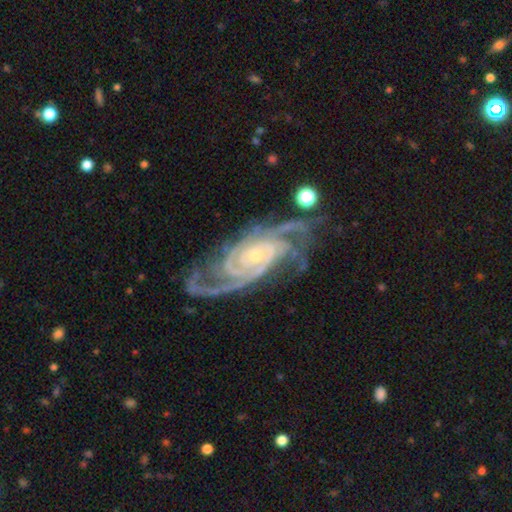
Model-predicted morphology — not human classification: featured or disk 93%, star or artifact 5%, smooth 3%. Down the decision tree: edge-on disk — no (97%); bar — no (68%); spiral arms — yes (99%); spiral arm count — 3 (30%); spiral winding — tight (64%); bulge size — small (68%); merging — none (66%).